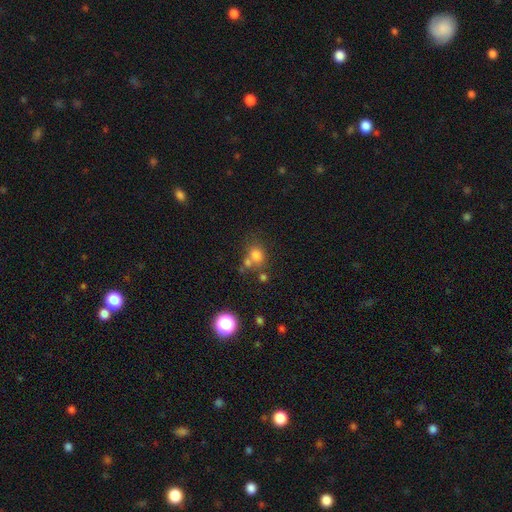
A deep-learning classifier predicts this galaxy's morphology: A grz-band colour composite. It shows a smooth galaxy with no disk features (74%) that is round (64%). Merging: none (51%).